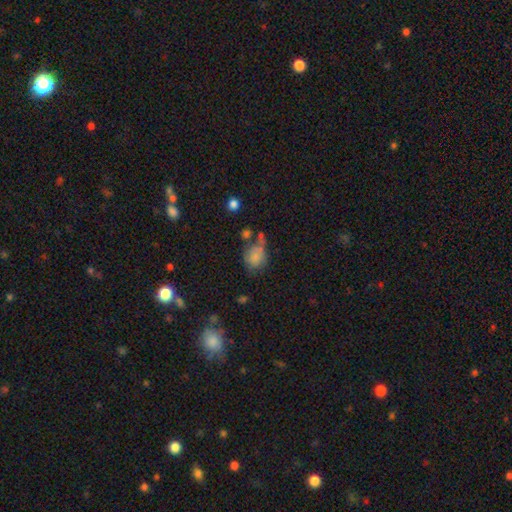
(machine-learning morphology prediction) smooth_or_featured: smooth (p=0.76) [alt: featured or disk p=0.13]
how_rounded: round (p=0.64) [alt: in between p=0.35]
merging: none (p=0.43) [alt: minor disturbance p=0.24]